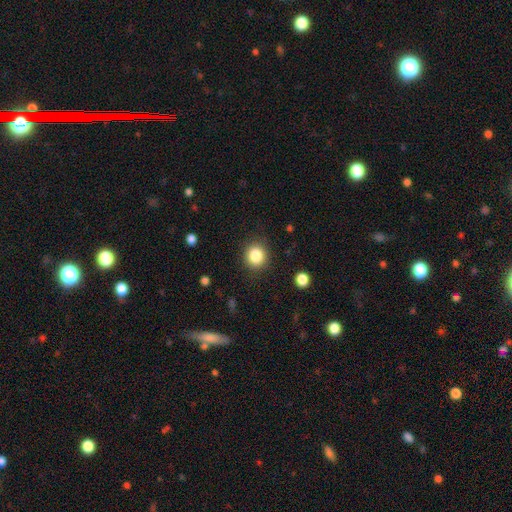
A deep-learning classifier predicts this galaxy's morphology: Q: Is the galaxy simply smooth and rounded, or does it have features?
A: smooth — 84%.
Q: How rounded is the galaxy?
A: round — 87%.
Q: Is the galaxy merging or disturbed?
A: none — 88%.